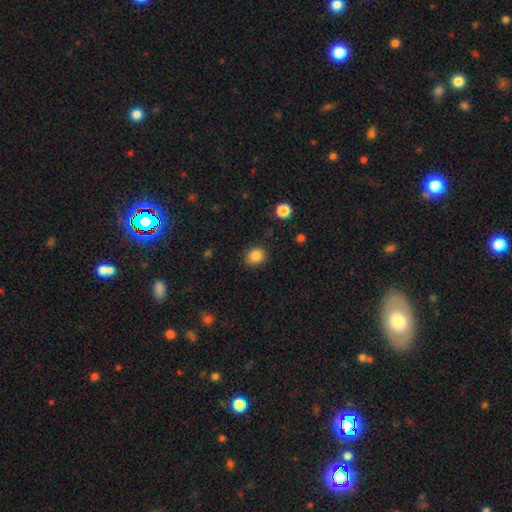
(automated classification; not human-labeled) This appears to be a smooth galaxy with no disk features (85%) that is round (68%). Merging: none (87%).